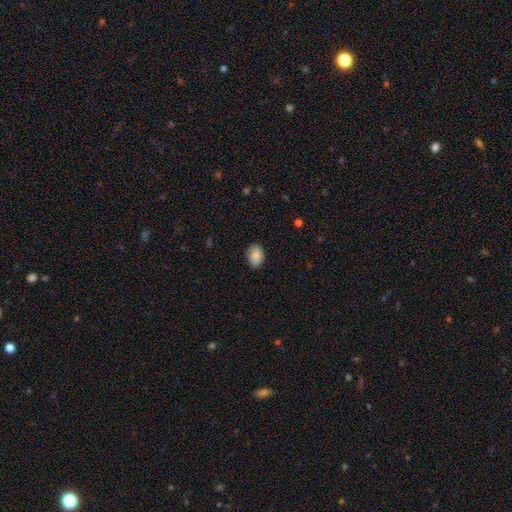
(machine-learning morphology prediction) smooth_or_featured: smooth (p=0.82) [alt: featured or disk p=0.10]
how_rounded: in between (p=0.77) [alt: round p=0.21]
merging: none (p=0.78) [alt: minor disturbance p=0.18]